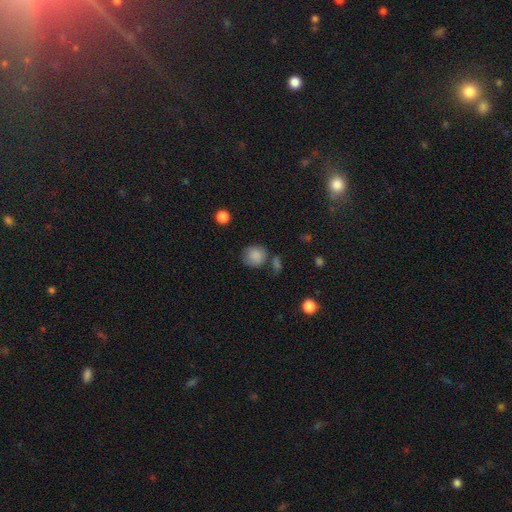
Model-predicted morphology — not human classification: type=smooth (85%); roundness=round (81%); merging=none (64%).